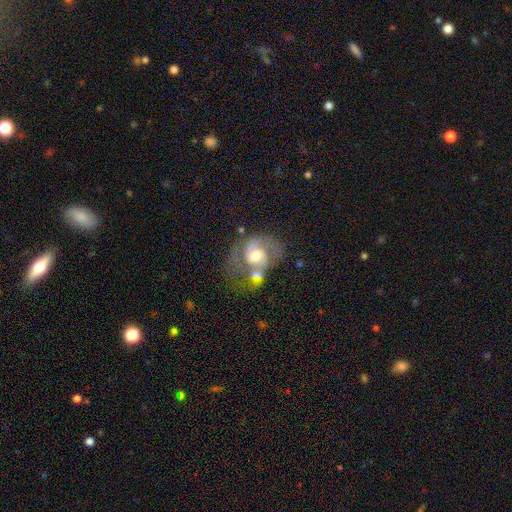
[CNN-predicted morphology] A featured or disk galaxy (78%) with no bar (53%), 2 (76%) medium (52%) spiral arms (89%) and a moderate central bulge (71%). Merging: none (31%, tied with merger).